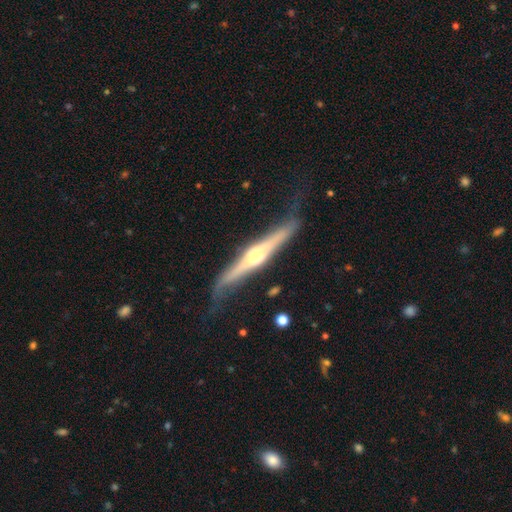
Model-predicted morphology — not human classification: This is clearly a featured or disk galaxy (80%). It is clearly viewed edge-on (95%). Edge-on bulge: likely rounded (74%). Merging: likely none (69%).